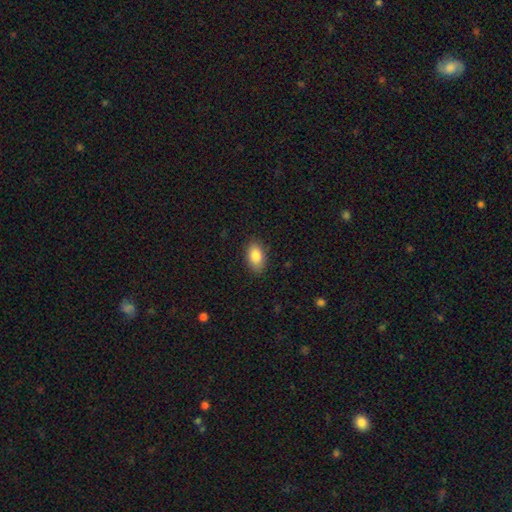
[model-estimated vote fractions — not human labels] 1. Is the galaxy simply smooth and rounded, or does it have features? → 86% smooth, 7% star or artifact, 7% featured or disk.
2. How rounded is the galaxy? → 92% in between, 6% round, 2% cigar-shaped.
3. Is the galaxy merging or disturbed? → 87% none, 9% minor disturbance, 2% major disturbance, 1% merger.